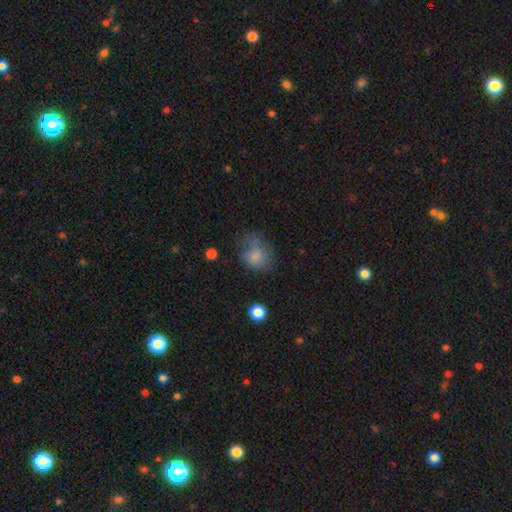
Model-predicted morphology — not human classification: Q: Smooth or featured?
A: smooth (75%); runner-up: featured or disk (15%)
Q: How rounded?
A: round (53%); runner-up: in between (46%)
Q: Merging?
A: none (38%); runner-up: major disturbance (29%)